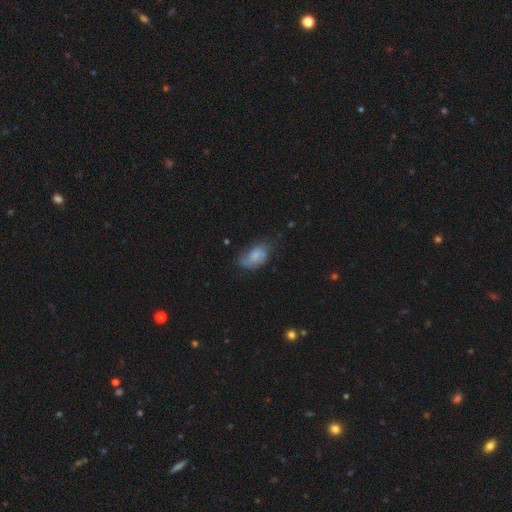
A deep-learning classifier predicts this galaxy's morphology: Q: Smooth or featured?
A: smooth (55%); runner-up: featured or disk (37%)
Q: How rounded?
A: in between (89%); runner-up: round (9%)
Q: Merging?
A: none (48%); runner-up: minor disturbance (31%)